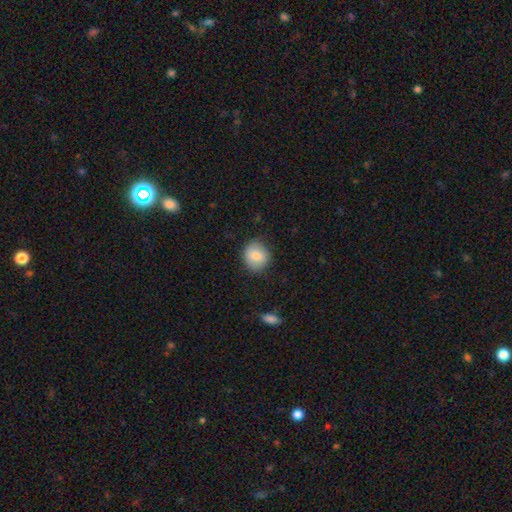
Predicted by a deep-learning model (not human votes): smooth-or-featured: smooth: 81% | featured or disk: 11% | star or artifact: 8%
  how-rounded: round: 76% | in between: 23% | cigar-shaped: 1%
  merging: none: 82% | minor disturbance: 13% | major disturbance: 3% | merger: 1%